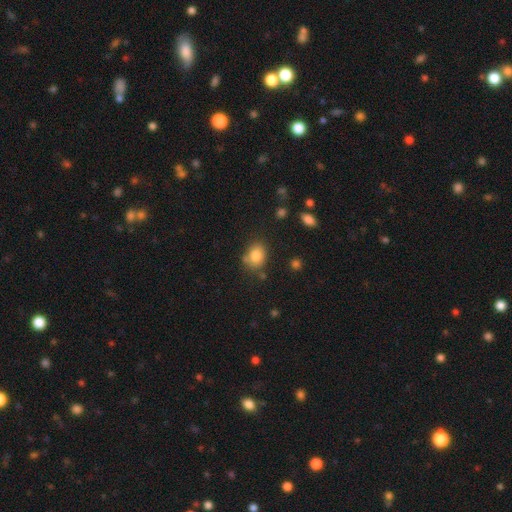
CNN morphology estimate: Q: Smooth or featured?
A: smooth (82%); runner-up: star or artifact (10%)
Q: How rounded?
A: in between (53%); runner-up: round (46%)
Q: Merging?
A: none (70%); runner-up: minor disturbance (17%)